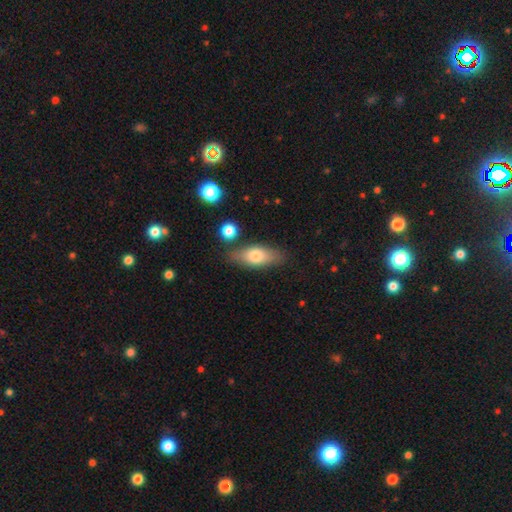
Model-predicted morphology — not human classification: Smooth or featured?
  - smooth: 70% *
  - featured or disk: 23%
  - star or artifact: 7%
How rounded?
  - in between: 75% *
  - cigar-shaped: 21%
  - round: 4%
Merging?
  - none: 76% *
  - minor disturbance: 15%
  - merger: 6%
  - major disturbance: 4%